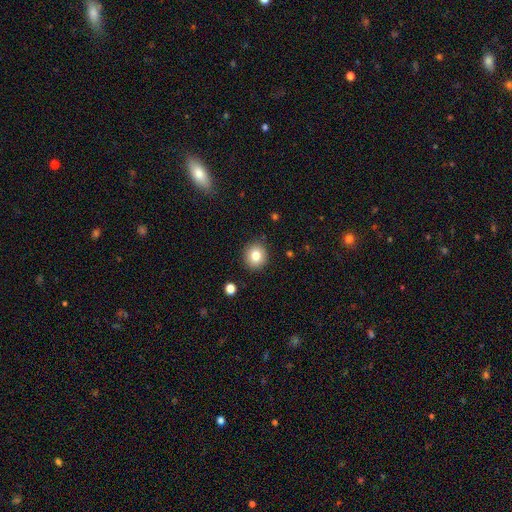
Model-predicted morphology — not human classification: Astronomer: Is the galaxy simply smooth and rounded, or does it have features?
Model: smooth — 81%.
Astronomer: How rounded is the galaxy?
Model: round — 89%.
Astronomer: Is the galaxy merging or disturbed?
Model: none — 89%.